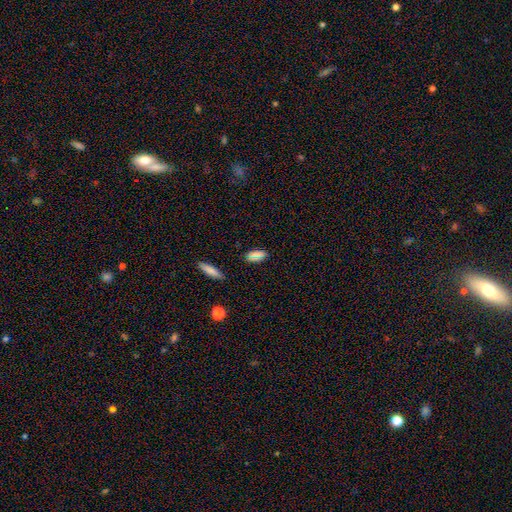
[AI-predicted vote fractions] This is likely a smooth galaxy (75%). How rounded: likely in between (78%). Merging: clearly none (84%).